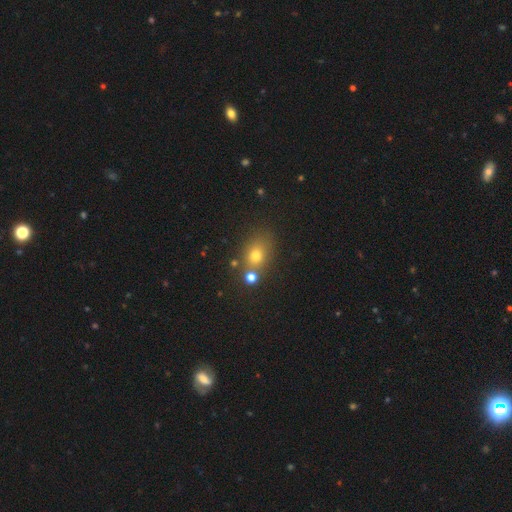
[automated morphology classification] Smooth or featured: smooth — 71% (star or artifact — 17%)
How rounded: in between — 51% (round — 48%)
Merging: none — 64% (merger — 18%)